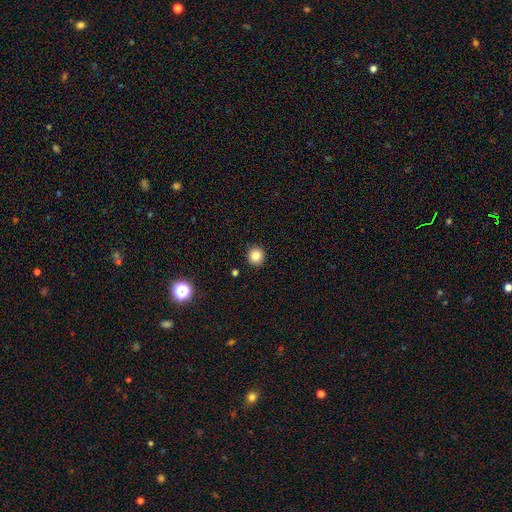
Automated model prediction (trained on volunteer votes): Smooth or featured? smooth (84%)
How rounded? round (92%)
Merging? none (91%)